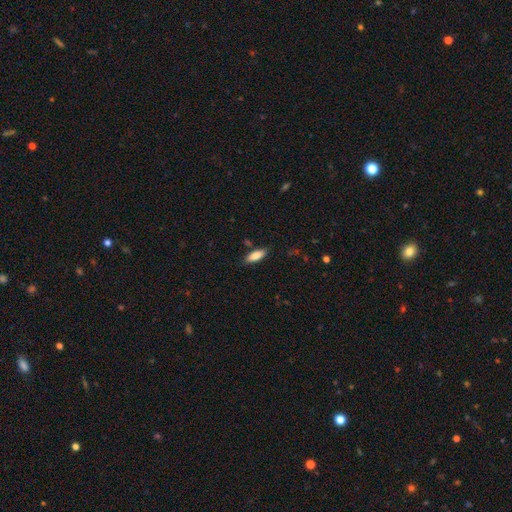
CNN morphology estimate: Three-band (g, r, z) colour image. It shows a smooth galaxy with no disk features (82%) that is in between round and cigar-shaped (69%). Merging: none (84%).